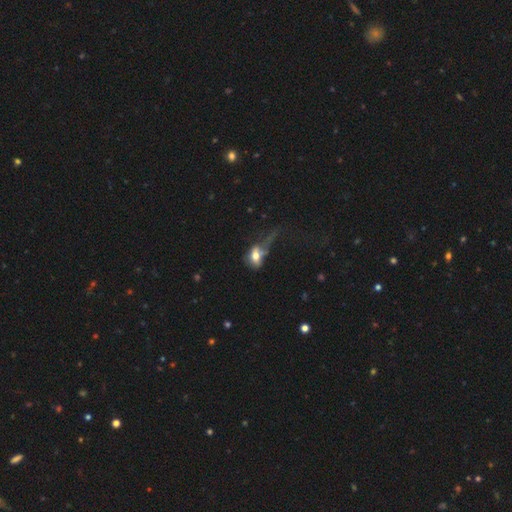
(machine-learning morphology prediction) This appears to be a smooth galaxy with no disk features (64%) that is in between round and cigar-shaped (73%). Merging: major disturbance (52%).